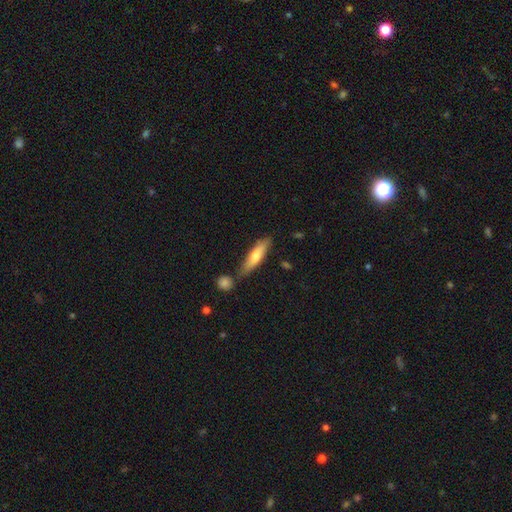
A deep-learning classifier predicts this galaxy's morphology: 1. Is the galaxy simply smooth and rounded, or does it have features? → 67% smooth, 28% featured or disk, 6% star or artifact.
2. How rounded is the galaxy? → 71% cigar-shaped, 27% in between, 2% round.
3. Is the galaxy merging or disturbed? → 71% none, 16% minor disturbance, 9% merger, 3% major disturbance.